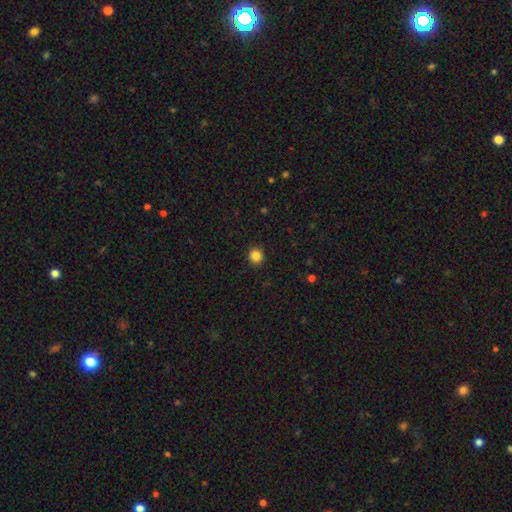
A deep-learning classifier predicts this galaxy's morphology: The model was most divided on "smooth or featured": smooth: 85%, star or artifact: 11%, featured or disk: 3%. More confident: merging — none (92%); how rounded — round (91%).